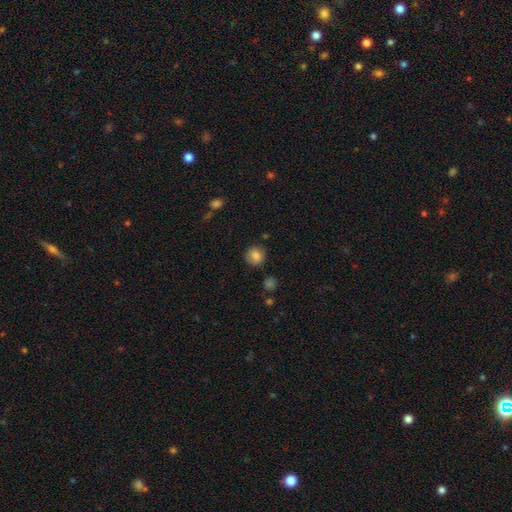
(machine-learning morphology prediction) Smooth or featured? smooth (80%)
How rounded? round (85%)
Merging? none (82%)